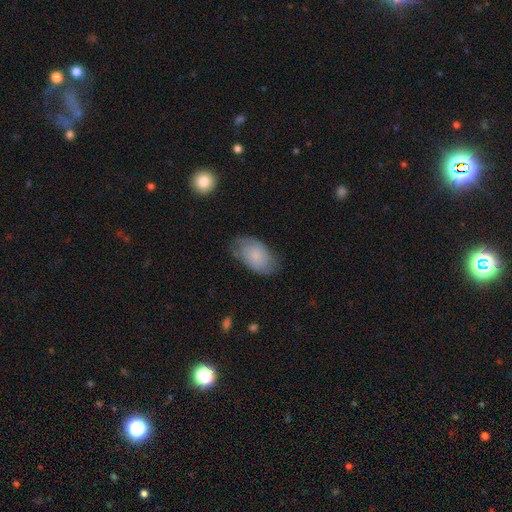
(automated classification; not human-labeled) This is possibly a smooth galaxy (54%). How rounded: clearly in between (92%). Merging: likely none (68%).